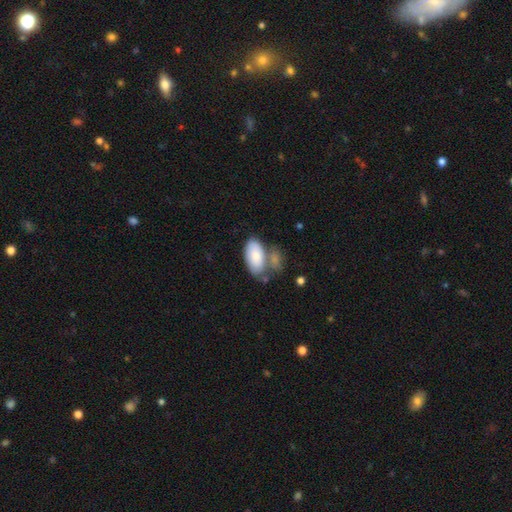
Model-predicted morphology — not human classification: type=smooth (80%); roundness=in between (95%); merging=none (43%).